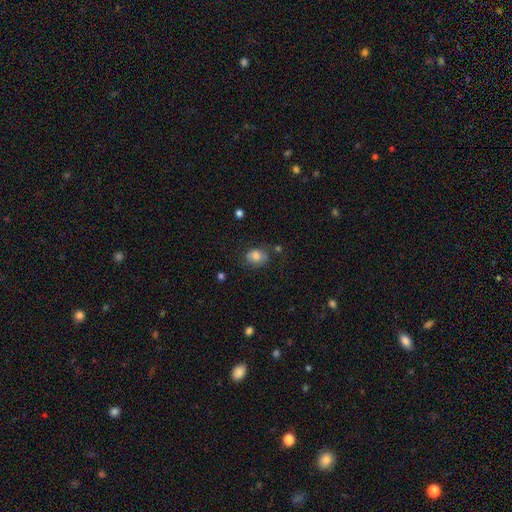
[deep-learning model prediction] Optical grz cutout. It shows a smooth galaxy with no disk features (78%) that is in between round and cigar-shaped (61%). Merging: none (67%).